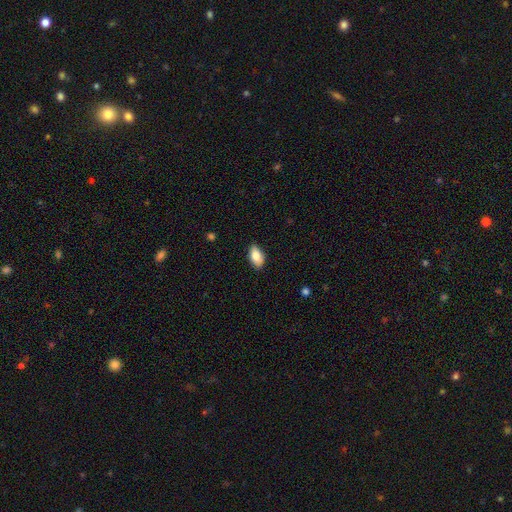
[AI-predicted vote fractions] smooth 80%, featured or disk 13%, star or artifact 7%. Down the decision tree: how rounded — in between (91%); merging — none (82%).